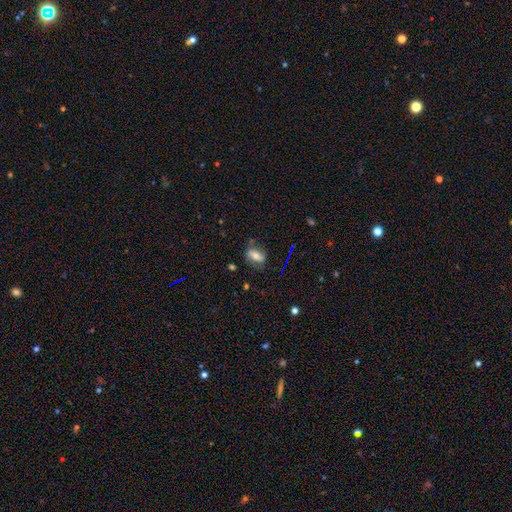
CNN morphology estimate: This is possibly a smooth galaxy (49%). Merging: likely none (71%).